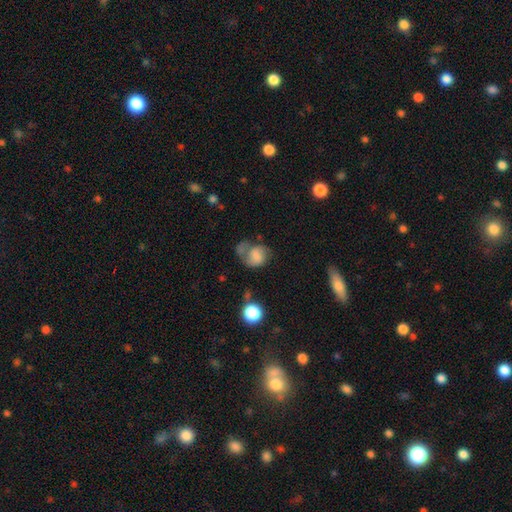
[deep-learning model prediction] smooth_or_featured: smooth (p=0.55) [alt: featured or disk p=0.34]
how_rounded: round (p=0.52) [alt: in between p=0.46]
merging: none (p=0.31) [alt: major disturbance p=0.30]